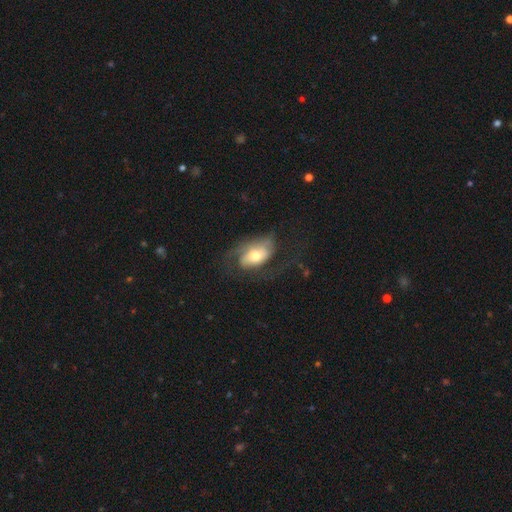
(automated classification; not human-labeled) Q: Smooth or featured?
A: featured or disk (49%); runner-up: smooth (44%)
Q: Merging?
A: none (39%); runner-up: major disturbance (37%)